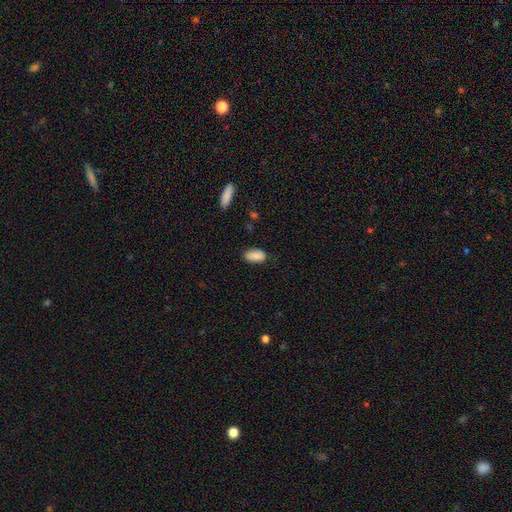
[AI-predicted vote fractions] This is clearly a smooth galaxy (89%). How rounded: clearly in between (92%). Merging: clearly none (82%).